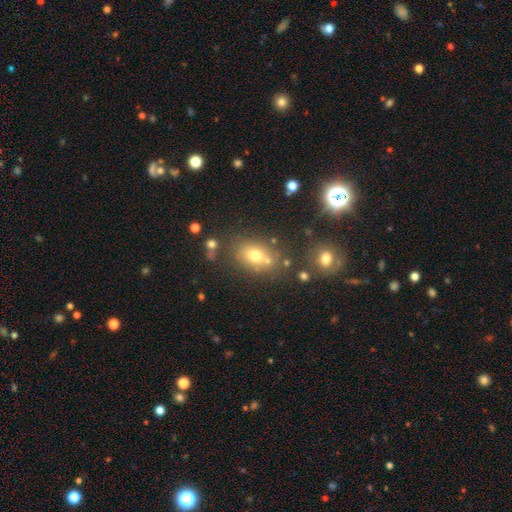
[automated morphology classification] Smooth or featured? smooth (66%)
How rounded? in between (67%)
Merging? none (66%)